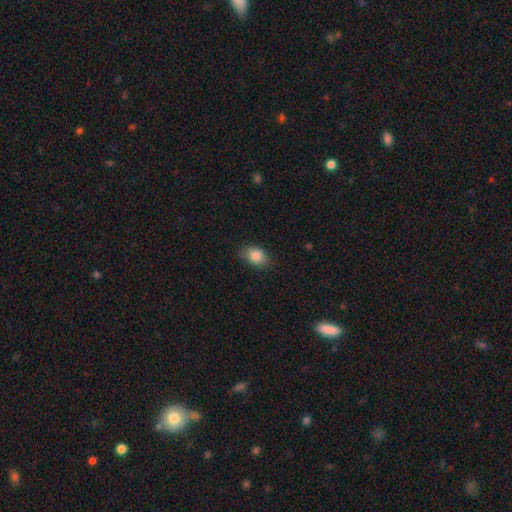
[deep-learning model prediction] Q: Smooth or featured?
A: smooth (85%); runner-up: star or artifact (8%)
Q: How rounded?
A: in between (76%); runner-up: round (23%)
Q: Merging?
A: none (80%); runner-up: minor disturbance (16%)